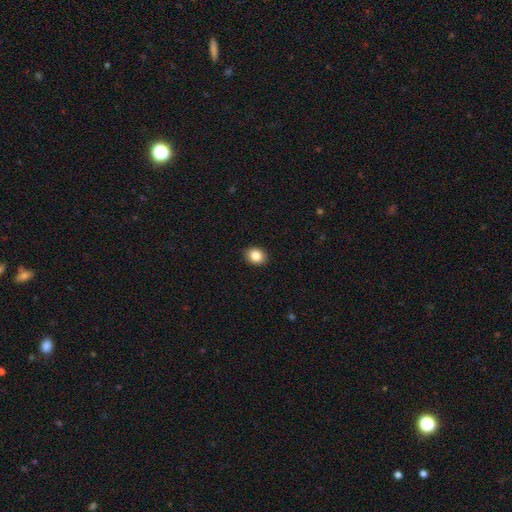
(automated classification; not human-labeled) Overall: smooth (86%). How rounded: round (50%; in between 49%). Merging: none (90%).